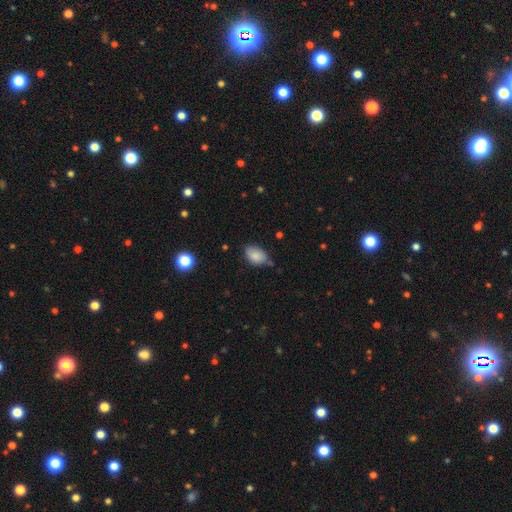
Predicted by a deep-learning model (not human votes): Smooth or featured? smooth (84%)
How rounded? in between (83%)
Merging? none (59%)